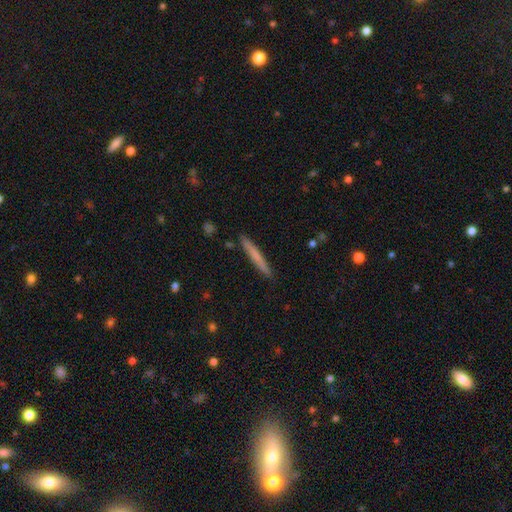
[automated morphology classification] smooth 65%, featured or disk 30%, star or artifact 6%. Down the decision tree: how rounded — cigar-shaped (97%); merging — none (90%).